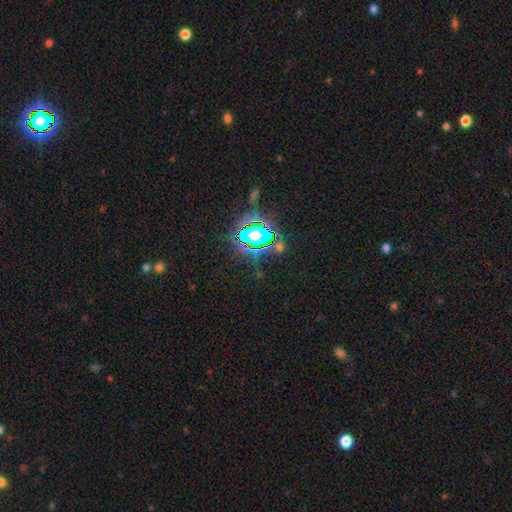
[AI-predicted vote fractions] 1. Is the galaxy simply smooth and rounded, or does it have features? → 75% star or artifact, 15% smooth, 9% featured or disk.